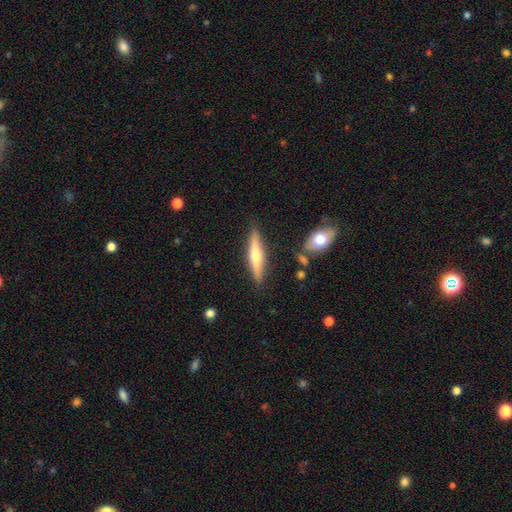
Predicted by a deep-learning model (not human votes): Q: Smooth or featured?
A: featured or disk (54%); runner-up: smooth (39%)
Q: Edge-on disk?
A: yes (95%); runner-up: no (5%)
Q: Edge-on bulge?
A: rounded (87%); runner-up: none (7%)
Q: Merging?
A: none (85%); runner-up: minor disturbance (9%)